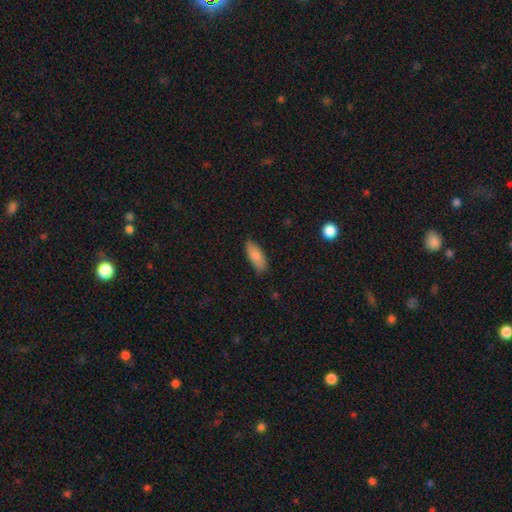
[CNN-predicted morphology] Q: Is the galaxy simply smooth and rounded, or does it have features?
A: smooth — 81%.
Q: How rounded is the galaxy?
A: in between — 83%.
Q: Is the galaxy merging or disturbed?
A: none — 85%.